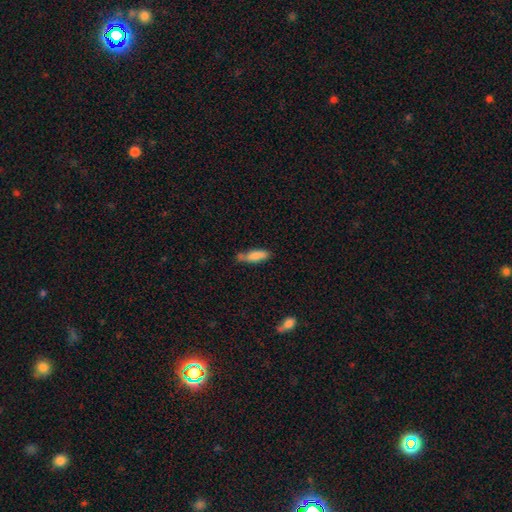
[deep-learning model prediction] This appears to be a smooth galaxy with no disk features (81%) that is in between round and cigar-shaped (52%). Merging: none (53%).